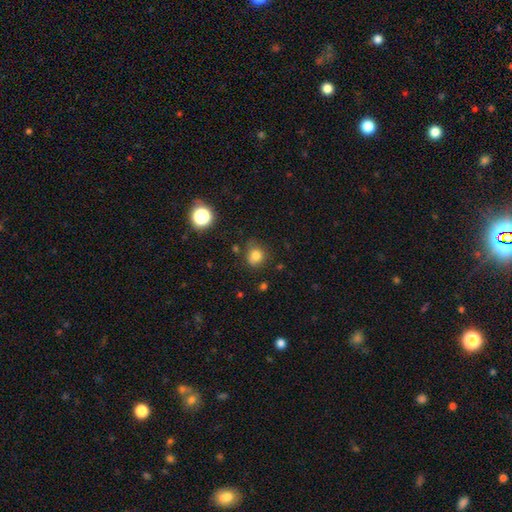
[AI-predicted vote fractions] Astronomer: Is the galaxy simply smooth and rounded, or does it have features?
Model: smooth — 79%.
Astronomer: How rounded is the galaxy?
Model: round — 78%.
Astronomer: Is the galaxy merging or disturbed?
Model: none — 69%.